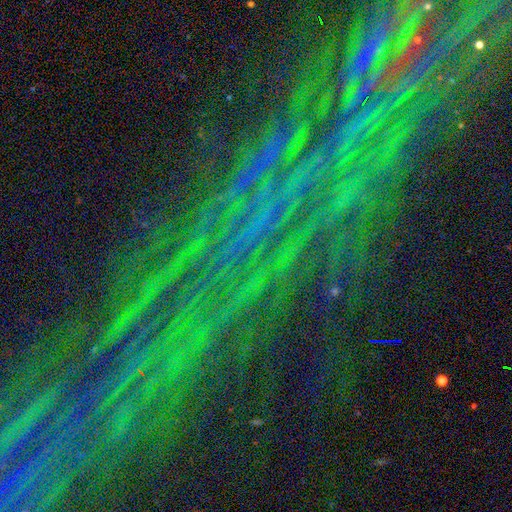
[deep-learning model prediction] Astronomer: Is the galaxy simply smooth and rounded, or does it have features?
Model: star or artifact — 85%.